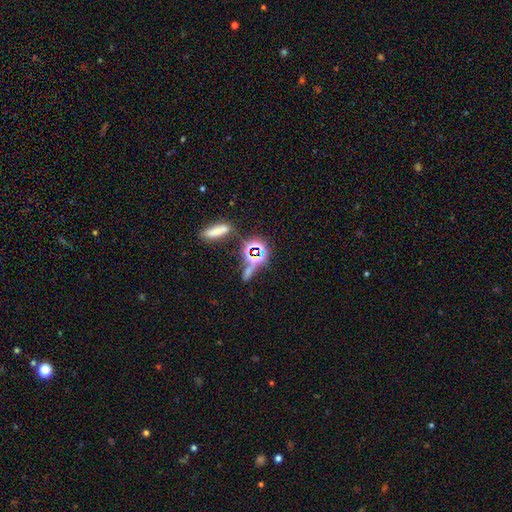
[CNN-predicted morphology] Smooth or featured? Predicted: star or artifact (p=0.50).